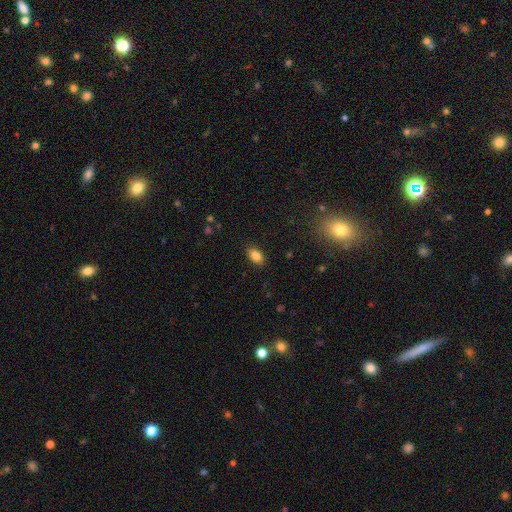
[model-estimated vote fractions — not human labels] This is clearly a smooth galaxy (85%). How rounded: clearly in between (88%). Merging: clearly none (87%).